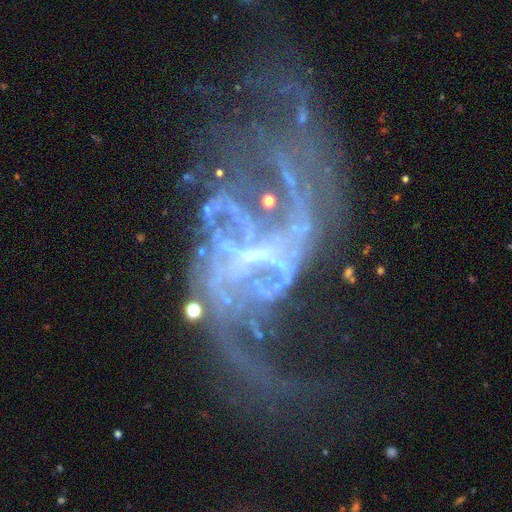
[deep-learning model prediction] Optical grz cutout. It shows a featured or disk galaxy (87%) with a weak bar (43%), 2 (61%) loose (63%) spiral arms (91%) and a small central bulge (59%). Merging: major disturbance (41%).